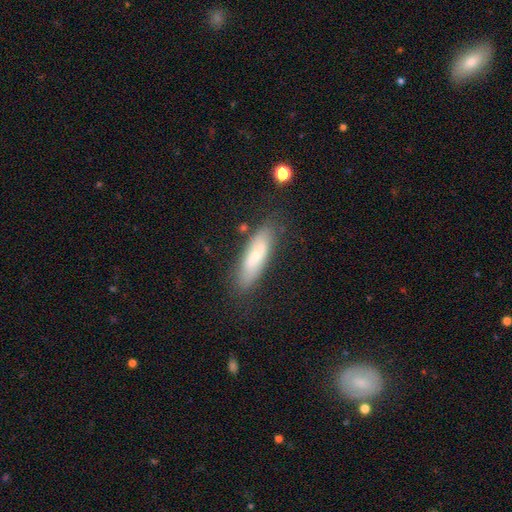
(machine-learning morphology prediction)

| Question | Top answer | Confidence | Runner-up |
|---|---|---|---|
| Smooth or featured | smooth | 59% | featured or disk (34%) |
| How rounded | cigar-shaped | 56% | in between (42%) |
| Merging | none | 79% | minor disturbance (15%) |